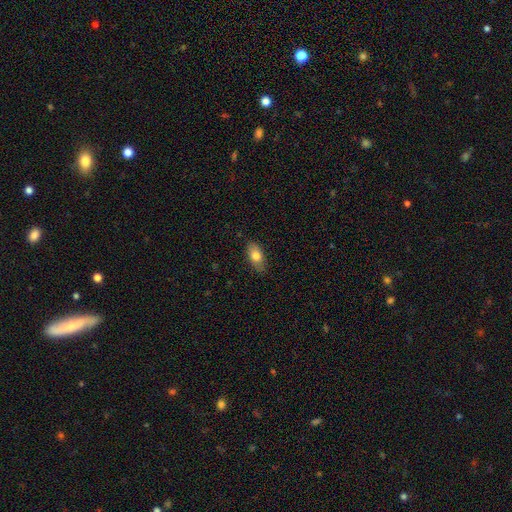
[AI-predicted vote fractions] This appears to be a smooth galaxy with no disk features (76%) that is in between round and cigar-shaped (88%). Merging: none (83%).